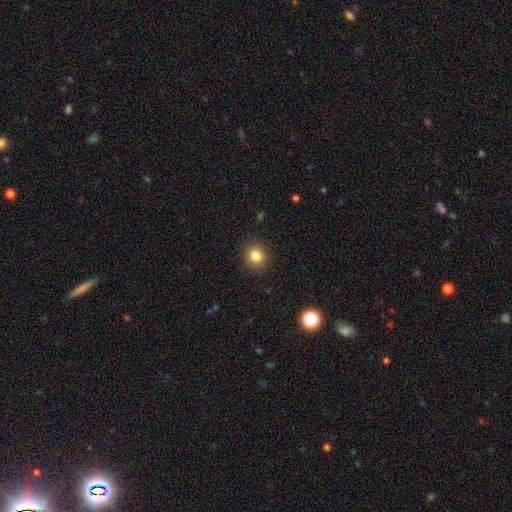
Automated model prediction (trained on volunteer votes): This appears to be a smooth galaxy with no disk features (83%) that is round (78%). Merging: none (90%).